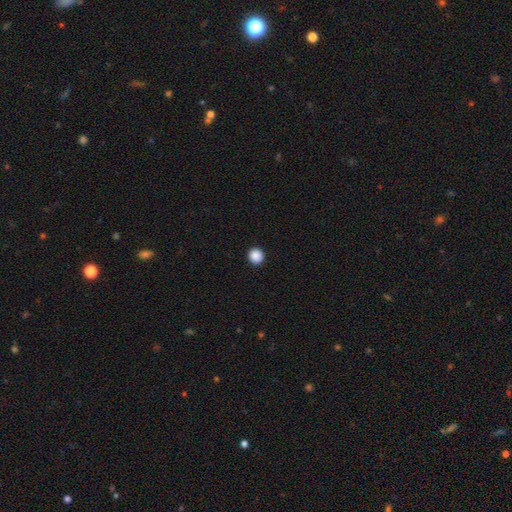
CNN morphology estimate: The model was most divided on "smooth or featured": smooth: 89%, star or artifact: 9%, featured or disk: 2%. More confident: how rounded — round (95%); merging — none (94%).